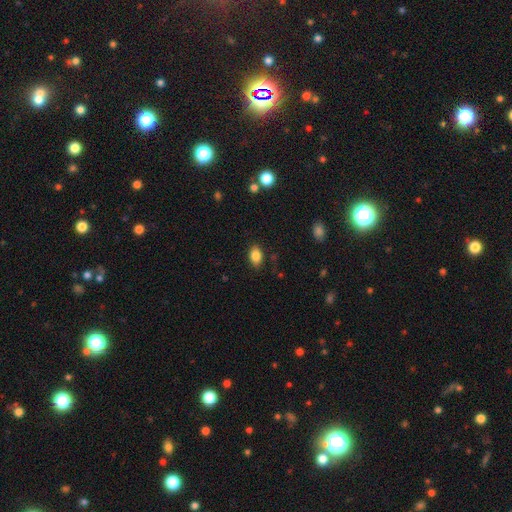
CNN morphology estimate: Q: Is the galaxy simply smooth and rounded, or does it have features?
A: smooth — 85%.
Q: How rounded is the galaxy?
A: in between — 86%.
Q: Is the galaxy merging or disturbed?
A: none — 85%.